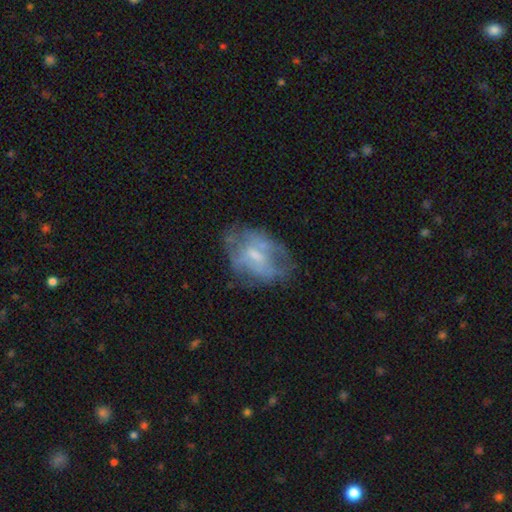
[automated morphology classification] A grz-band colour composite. It shows a featured or disk galaxy (60%) with no bar (54%), no spiral arms (64%) and a small central bulge (42%). Merging: none (50%).